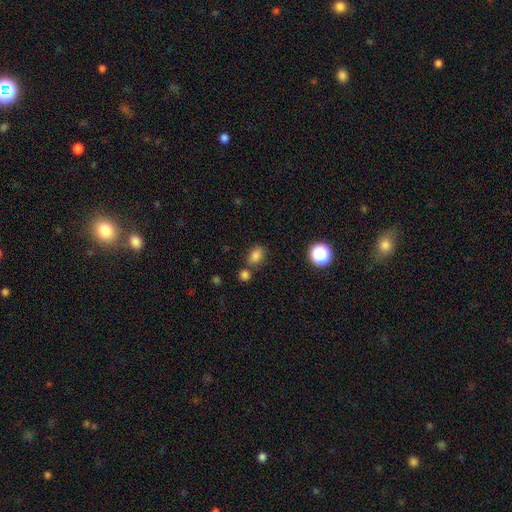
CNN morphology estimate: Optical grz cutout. It shows a smooth galaxy with no disk features (80%) that is in between round and cigar-shaped (74%). Merging: none (68%).